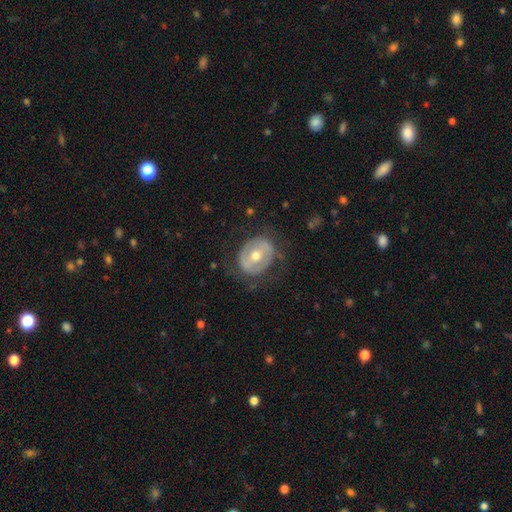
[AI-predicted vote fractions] A featured or disk galaxy (62%) with no bar (44%), no spiral arms (73%) and a moderate central bulge (75%).

Vote fractions:
- Smooth or featured? featured or disk: 62% / smooth: 32% / star or artifact: 6%
- Edge-on disk? no: 95% / yes: 5%
- Bar? no: 44% / weak: 32% / strong: 24%
- Spiral arms? no: 73% / yes: 27%
- Bulge size? moderate: 75% / small: 19% / large: 5% / none: 1% / dominant: 1%
- Merging? none: 70% / minor disturbance: 17% / major disturbance: 11% / merger: 1%